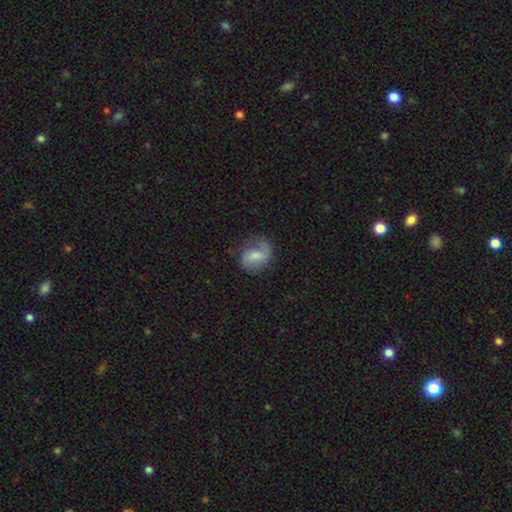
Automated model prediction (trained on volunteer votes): featured or disk 52%, smooth 40%, star or artifact 8%. Down the decision tree: edge-on disk — no (97%); bar — weak (53%); spiral arms — yes (85%); bulge size — moderate (36%); merging — none (60%).